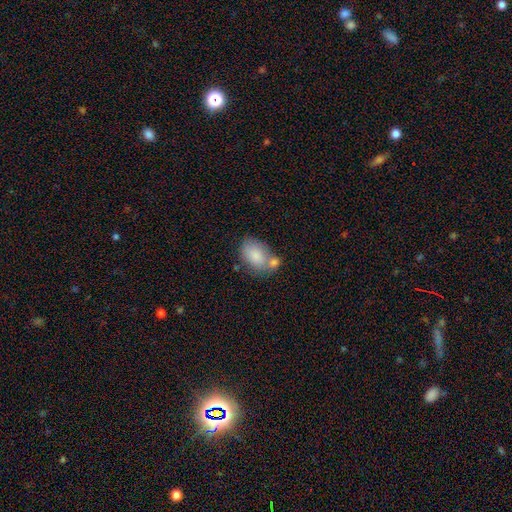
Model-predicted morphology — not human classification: Smooth or featured? Predicted: smooth (p=0.82). How rounded? Predicted: in between (p=0.85). Merging? Predicted: none (p=0.44).